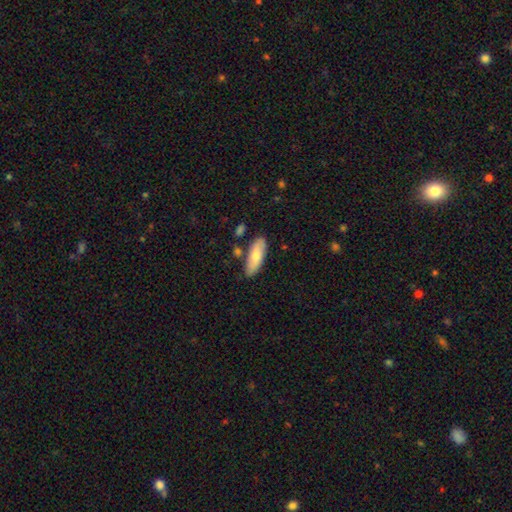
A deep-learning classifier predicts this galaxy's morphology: This is likely a smooth galaxy (74%). How rounded: likely in between (70%). Merging: likely none (77%).